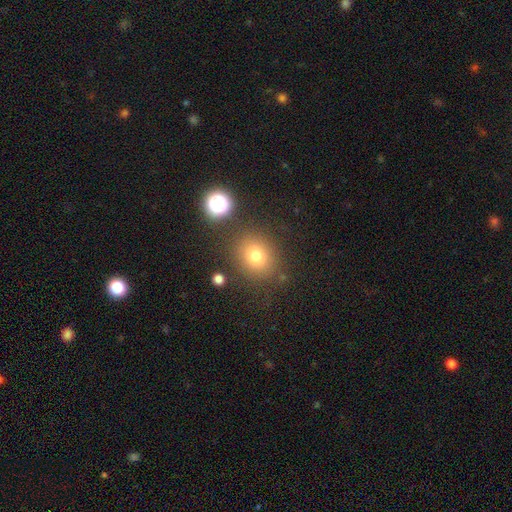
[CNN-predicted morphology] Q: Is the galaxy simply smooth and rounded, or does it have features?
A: smooth — 75%.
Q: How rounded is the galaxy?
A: round — 73%.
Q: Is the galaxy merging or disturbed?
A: none — 81%.